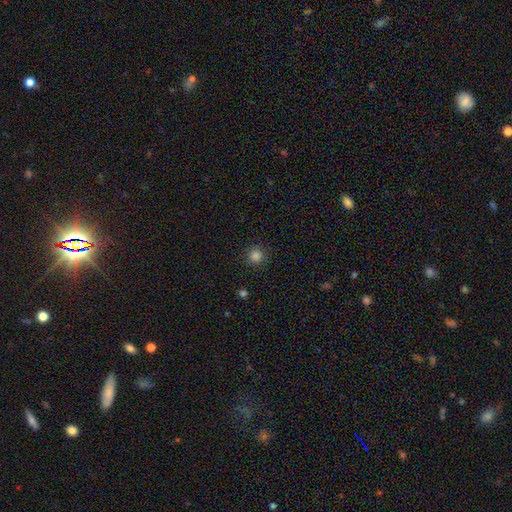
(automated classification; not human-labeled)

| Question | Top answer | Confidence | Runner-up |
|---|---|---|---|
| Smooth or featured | smooth | 84% | star or artifact (13%) |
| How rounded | round | 95% | in between (5%) |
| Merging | none | 90% | minor disturbance (6%) |